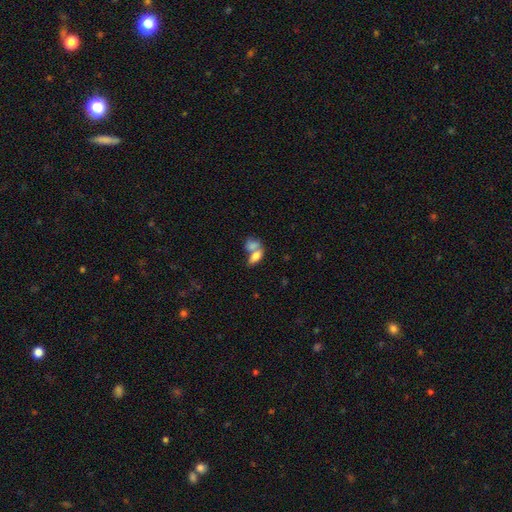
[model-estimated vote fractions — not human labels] Q: Smooth or featured?
A: smooth (74%); runner-up: featured or disk (17%)
Q: How rounded?
A: in between (86%); runner-up: round (7%)
Q: Merging?
A: merger (57%); runner-up: none (28%)